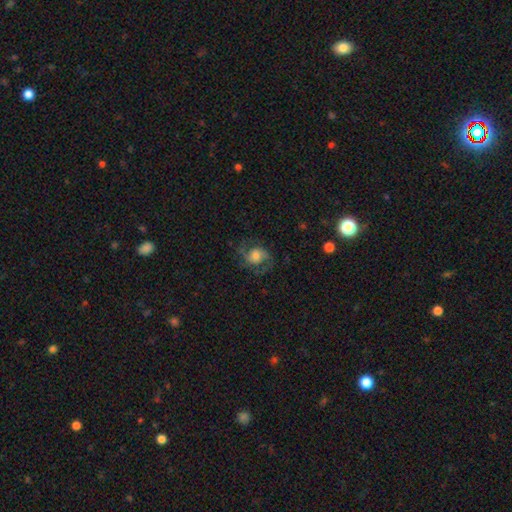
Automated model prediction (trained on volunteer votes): smooth_or_featured: featured or disk (p=0.66) [alt: smooth p=0.25]
disk_edge_on: no (p=0.97) [alt: yes p=0.03]
bar: no (p=0.65) [alt: weak p=0.29]
has_spiral_arms: yes (p=0.91) [alt: no p=0.09]
spiral_winding: medium (p=0.52) [alt: loose p=0.34]
spiral_arm_count: 2 (p=0.87) [alt: can't tell p=0.05]
bulge_size: moderate (p=0.37) [alt: large p=0.32]
merging: none (p=0.68) [alt: minor disturbance p=0.17]